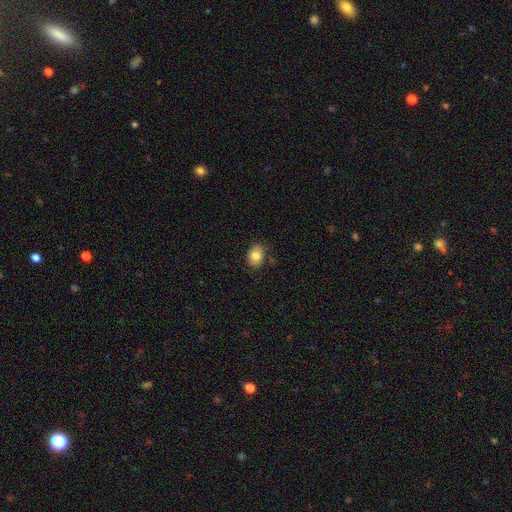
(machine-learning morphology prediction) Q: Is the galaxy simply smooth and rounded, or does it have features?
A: smooth — 83%.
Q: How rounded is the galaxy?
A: in between — 60%.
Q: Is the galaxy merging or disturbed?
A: none — 79%.